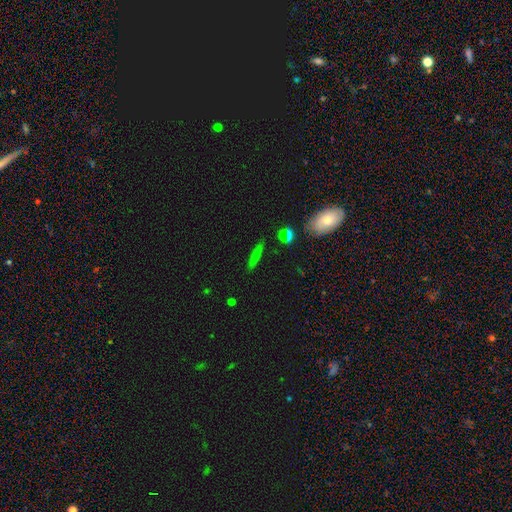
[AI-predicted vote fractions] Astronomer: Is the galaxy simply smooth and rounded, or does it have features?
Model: smooth — 64%.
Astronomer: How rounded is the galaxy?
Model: cigar-shaped — 85%.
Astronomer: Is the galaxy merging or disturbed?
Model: none — 86%.